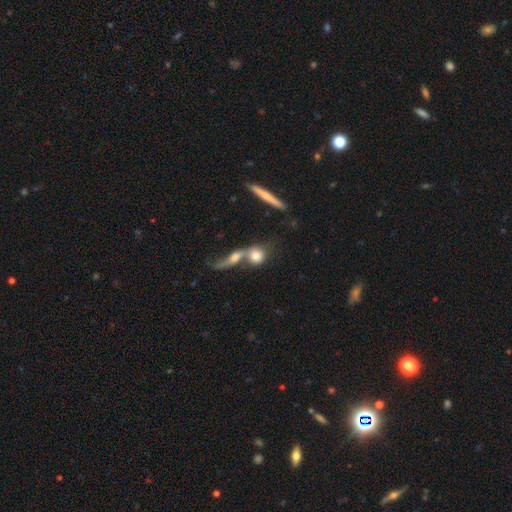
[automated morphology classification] This appears to be a smooth galaxy with no disk features (66%) that is round (63%). Merging: merger (56%).